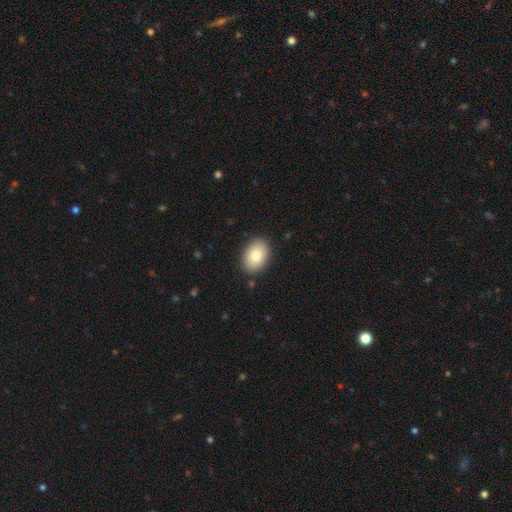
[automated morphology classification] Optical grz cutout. It shows a smooth galaxy with no disk features (81%) that is in between round and cigar-shaped (83%). Merging: none (88%).